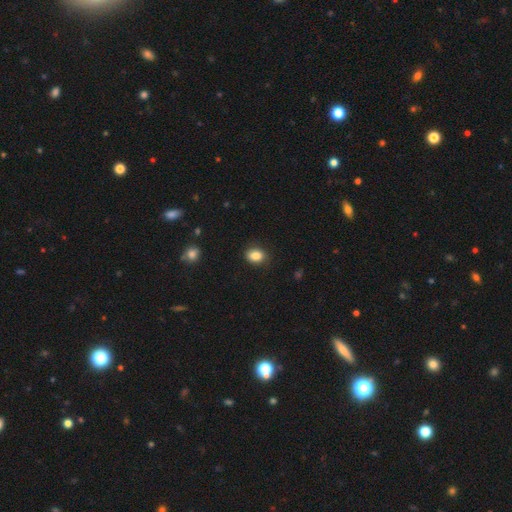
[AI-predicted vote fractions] Q: Smooth or featured?
A: smooth (86%); runner-up: star or artifact (9%)
Q: How rounded?
A: in between (67%); runner-up: round (32%)
Q: Merging?
A: none (84%); runner-up: minor disturbance (12%)